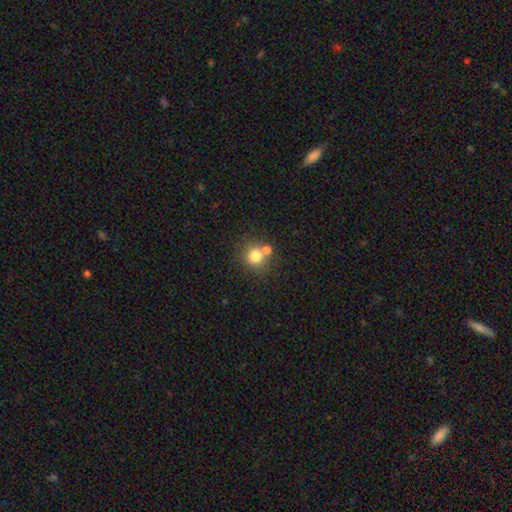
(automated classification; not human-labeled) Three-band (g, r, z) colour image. It shows a smooth galaxy with no disk features (78%) that is round (86%). Merging: none (60%).